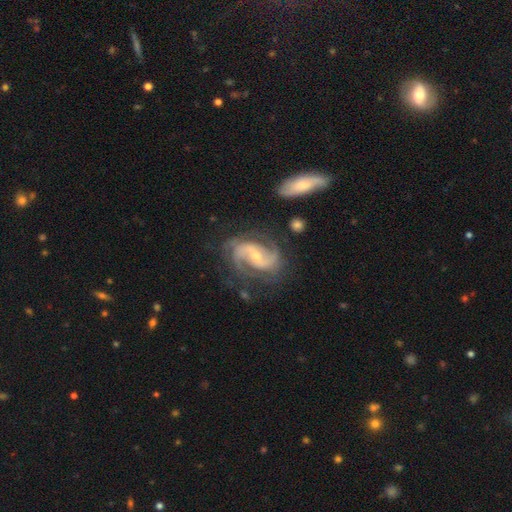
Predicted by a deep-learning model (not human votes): smooth-or-featured: featured or disk: 89% | smooth: 5% | star or artifact: 5%
  disk-edge-on: no: 97% | yes: 3%
    bar: weak: 40% | no: 38% | strong: 22%
    has-spiral-arms: yes: 97% | no: 3%
      spiral-winding: medium: 51% | tight: 28% | loose: 20%
      spiral-arm-count: 2: 75% | 3: 11% | can't tell: 7% | 4: 3% | 1: 3% | more than 4: 2%
    bulge-size: small: 54% | moderate: 43% | large: 1% | none: 1% | dominant: 1%
  merging: none: 65% | minor disturbance: 20% | major disturbance: 10% | merger: 5%